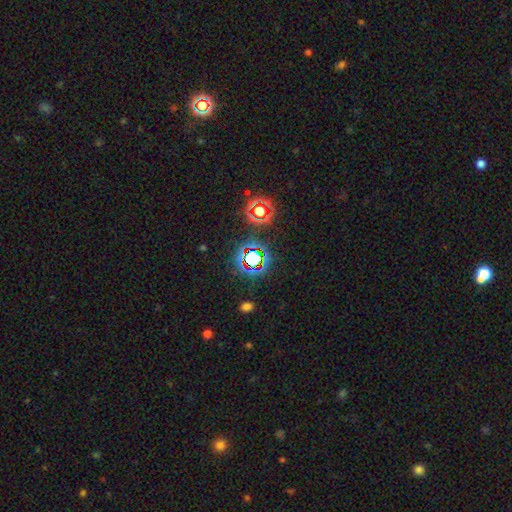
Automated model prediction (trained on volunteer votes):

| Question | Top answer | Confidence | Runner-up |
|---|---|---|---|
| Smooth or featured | star or artifact | 72% | smooth (18%) |